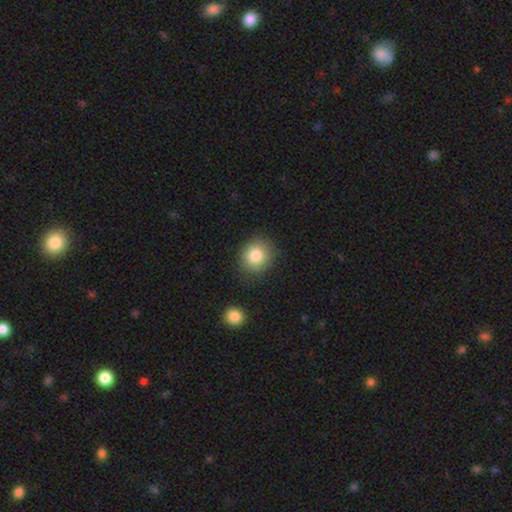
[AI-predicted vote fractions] The model was most divided on "how rounded": round: 83%, in between: 16%, cigar-shaped: 1%. More confident: merging — none (85%); smooth or featured — smooth (83%).